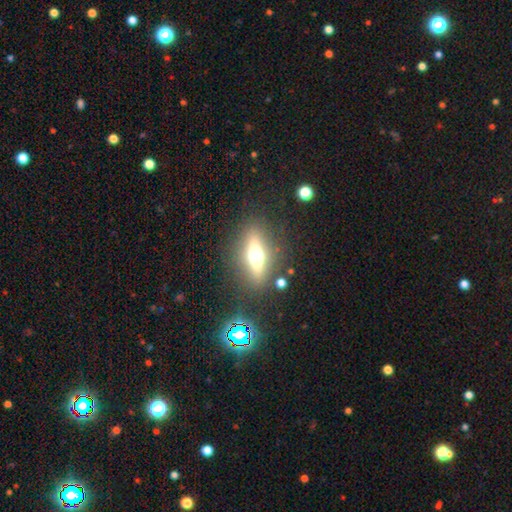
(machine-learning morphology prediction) Smooth or featured: featured or disk — 52% (smooth — 33%)
Edge-on disk: yes — 81% (no — 19%)
Merging: none — 83% (minor disturbance — 9%)